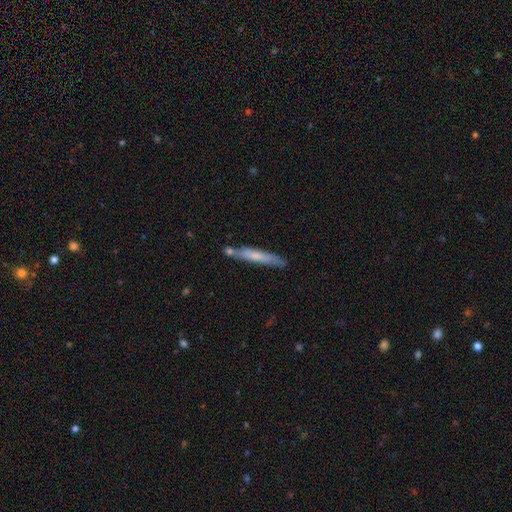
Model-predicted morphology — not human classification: Smooth or featured? smooth (54%)
How rounded? cigar-shaped (94%)
Merging? none (70%)